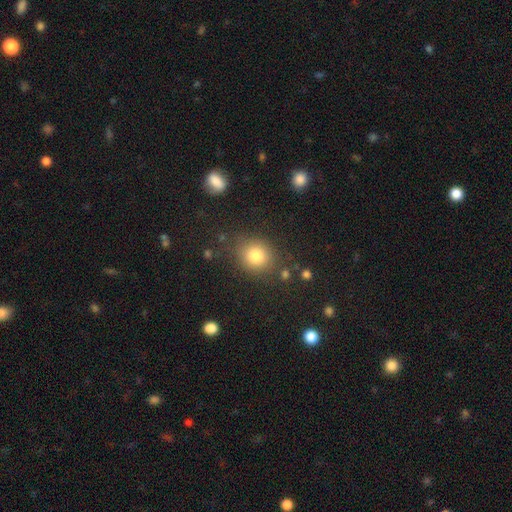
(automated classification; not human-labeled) Q: Smooth or featured?
A: smooth (81%); runner-up: star or artifact (12%)
Q: How rounded?
A: round (77%); runner-up: in between (22%)
Q: Merging?
A: none (80%); runner-up: minor disturbance (11%)